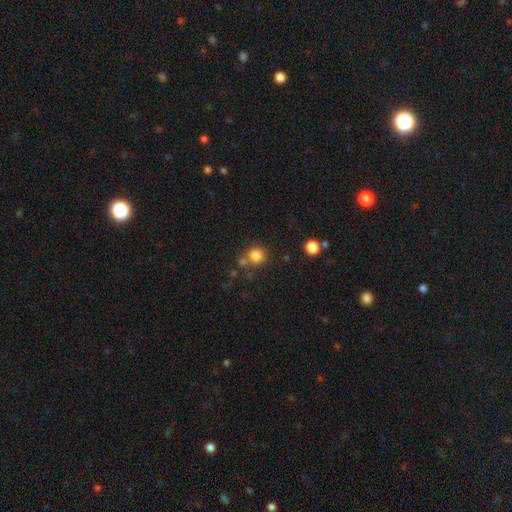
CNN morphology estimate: Q: Smooth or featured?
A: smooth (81%); runner-up: star or artifact (12%)
Q: How rounded?
A: round (87%); runner-up: in between (12%)
Q: Merging?
A: none (67%); runner-up: merger (17%)